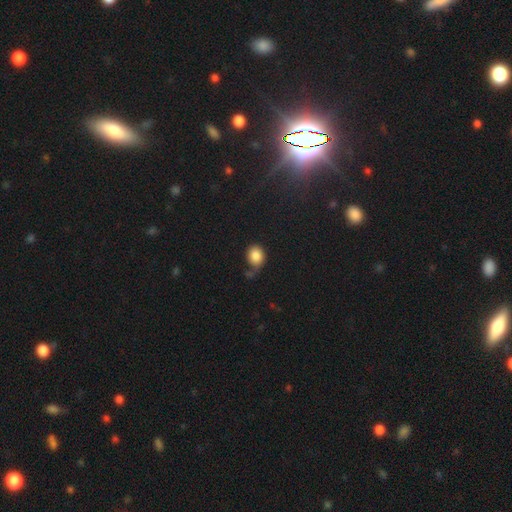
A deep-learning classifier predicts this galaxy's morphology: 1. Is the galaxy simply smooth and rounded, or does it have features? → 84% smooth, 9% star or artifact, 7% featured or disk.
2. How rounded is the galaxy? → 66% round, 33% in between, 1% cigar-shaped.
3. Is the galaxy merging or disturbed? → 49% none, 25% minor disturbance, 15% major disturbance, 11% merger.